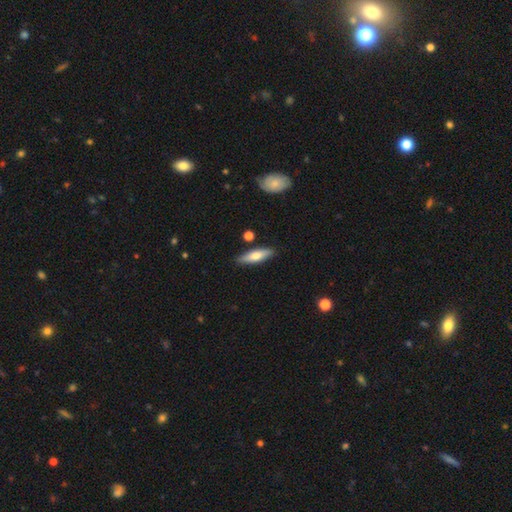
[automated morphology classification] Smooth or featured? Predicted: smooth (p=0.65). How rounded? Predicted: cigar-shaped (p=0.61). Merging? Predicted: none (p=0.85).